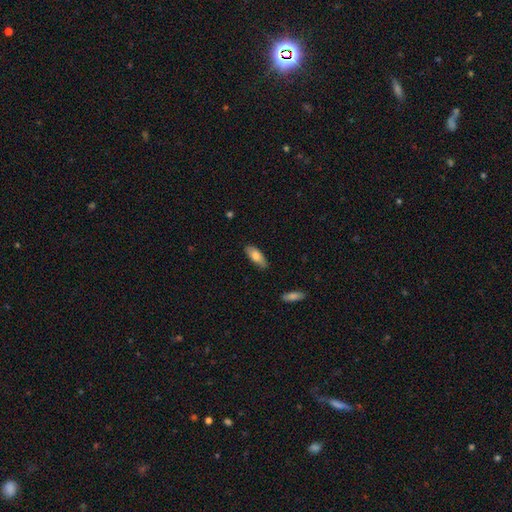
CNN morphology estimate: A smooth galaxy with no disk features (77%) that is in between round and cigar-shaped (74%). Merging: none (83%).